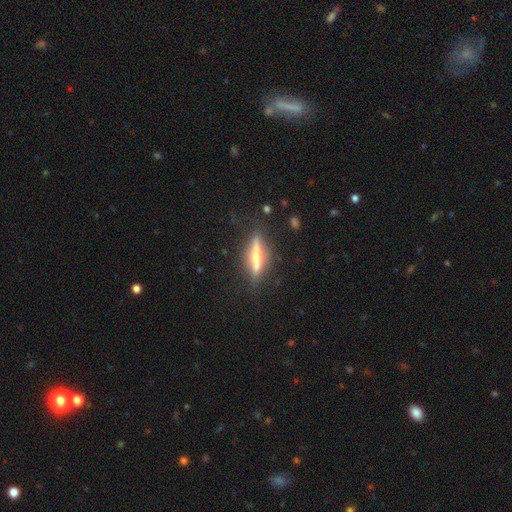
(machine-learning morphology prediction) Smooth or featured?
  - featured or disk: 70% *
  - smooth: 23%
  - star or artifact: 6%
Edge-on disk?
  - yes: 95% *
  - no: 5%
Edge-on bulge?
  - rounded: 79% *
  - none: 15%
  - boxy: 7%
Merging?
  - none: 84% *
  - minor disturbance: 11%
  - major disturbance: 4%
  - merger: 2%